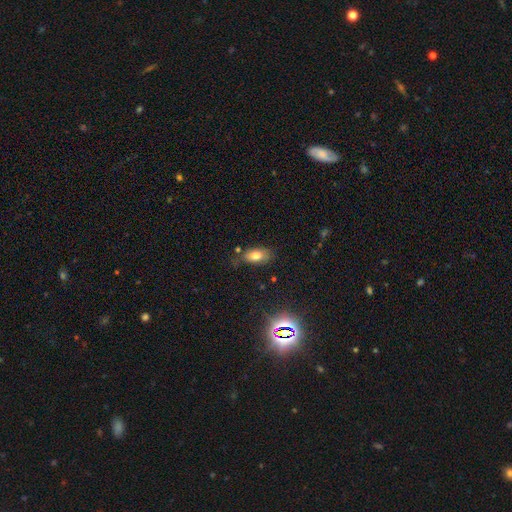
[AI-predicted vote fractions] Smooth or featured? Predicted: smooth (p=0.74). How rounded? Predicted: in between (p=0.87). Merging? Predicted: none (p=0.69).